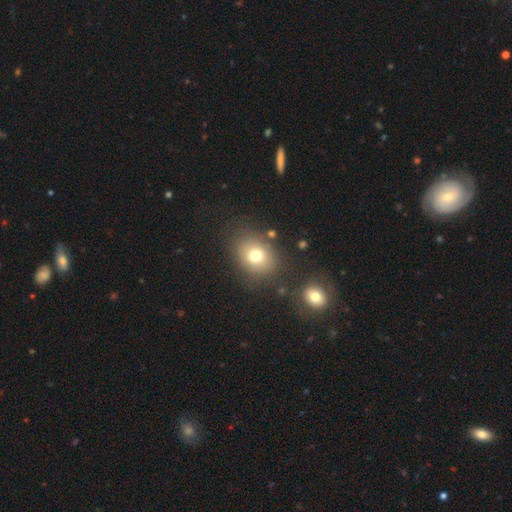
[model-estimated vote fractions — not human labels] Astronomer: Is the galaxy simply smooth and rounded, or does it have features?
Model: smooth — 74%.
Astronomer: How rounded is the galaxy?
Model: round — 52% (runner-up: in between, 47%).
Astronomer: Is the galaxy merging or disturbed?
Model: none — 77%.